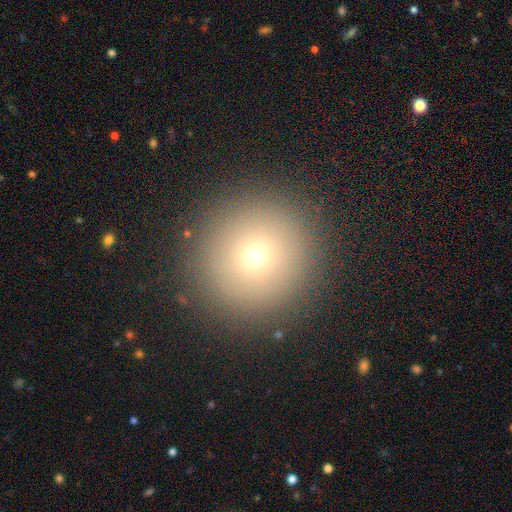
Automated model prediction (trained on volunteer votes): Morphology: type=smooth (69%); roundness=round (95%); merging=none (91%).